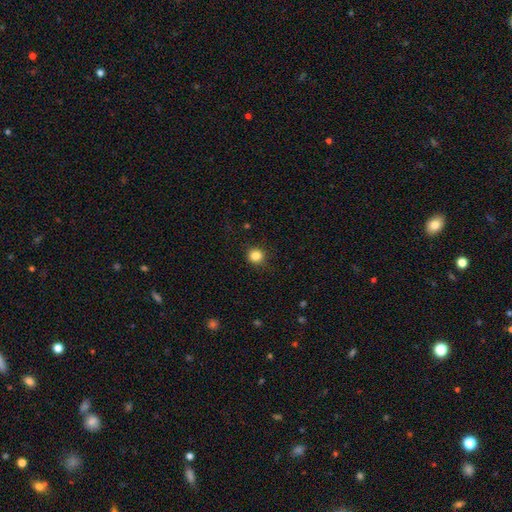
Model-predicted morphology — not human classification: Smooth or featured: smooth — 85% (star or artifact — 11%)
How rounded: round — 93% (in between — 6%)
Merging: none — 90% (minor disturbance — 7%)